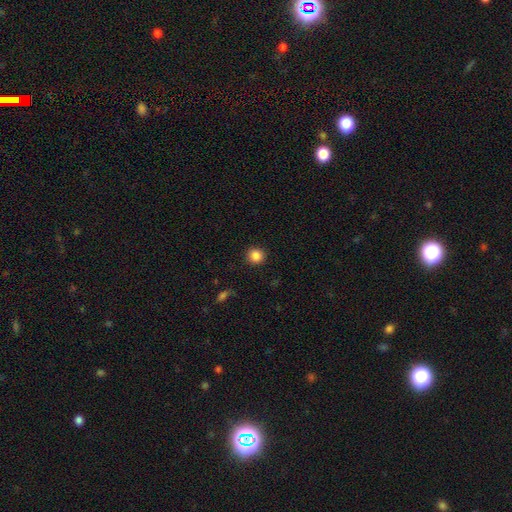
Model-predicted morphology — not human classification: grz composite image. It shows a smooth galaxy with no disk features (86%) that is round (91%). Merging: none (91%).